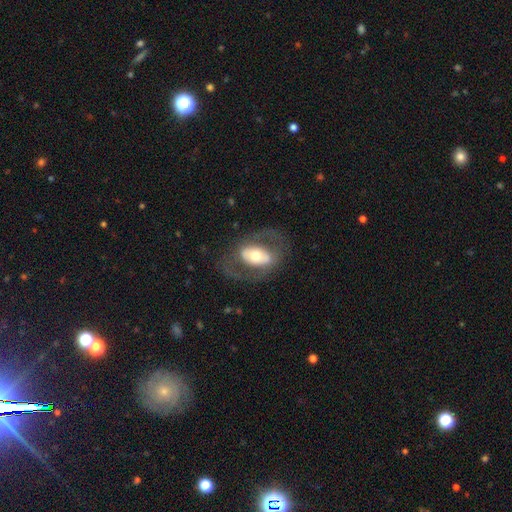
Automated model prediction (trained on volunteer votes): A featured or disk galaxy (65%) with no bar (46%), no spiral arms (52%) and a moderate central bulge (64%).

Vote fractions:
- Smooth or featured? featured or disk: 65% / smooth: 30% / star or artifact: 6%
- Edge-on disk? no: 92% / yes: 8%
- Bar? no: 46% / strong: 29% / weak: 26%
- Spiral arms? no: 52% / yes: 48%
- Bulge size? moderate: 64% / large: 21% / small: 11% / dominant: 2% / none: 1%
- Merging? none: 68% / major disturbance: 17% / minor disturbance: 14% / merger: 1%